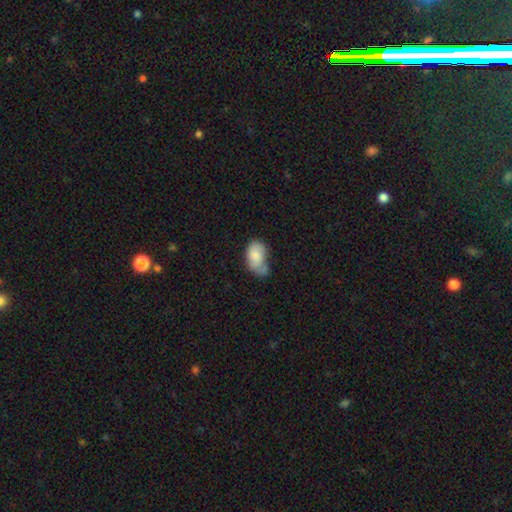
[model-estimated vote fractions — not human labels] Q: Smooth or featured?
A: smooth (79%); runner-up: featured or disk (13%)
Q: How rounded?
A: in between (90%); runner-up: round (9%)
Q: Merging?
A: minor disturbance (33%); runner-up: none (27%)